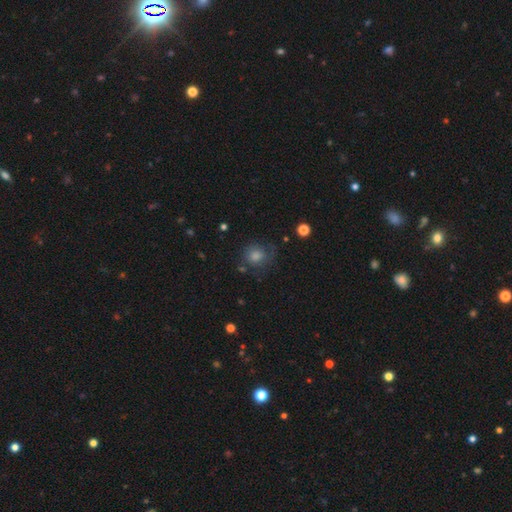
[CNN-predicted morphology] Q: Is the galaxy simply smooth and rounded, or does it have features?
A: smooth — 62%.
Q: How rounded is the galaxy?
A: round — 79%.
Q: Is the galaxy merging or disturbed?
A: none — 68%.